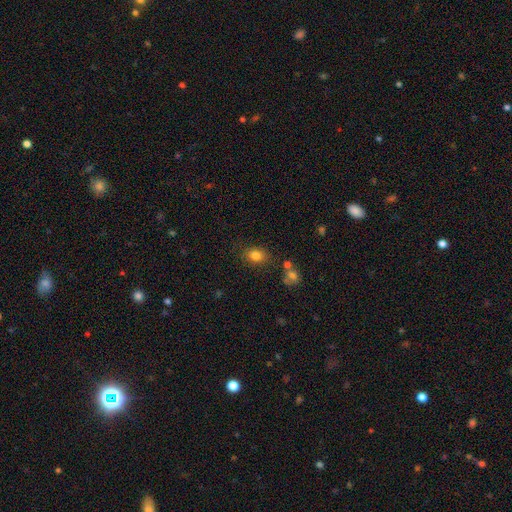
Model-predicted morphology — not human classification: smooth_or_featured: smooth (p=0.80) [alt: star or artifact p=0.12]
how_rounded: in between (p=0.55) [alt: round p=0.44]
merging: none (p=0.78) [alt: minor disturbance p=0.13]